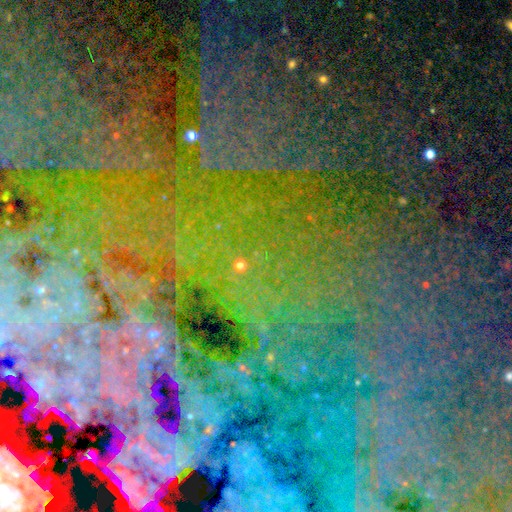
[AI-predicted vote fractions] This appears to be a star or artifact, not a galaxy (81%).